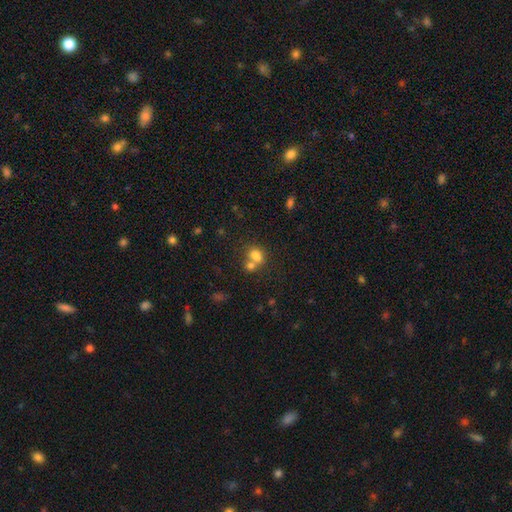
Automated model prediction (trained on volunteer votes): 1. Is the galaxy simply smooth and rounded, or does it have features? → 74% smooth, 13% star or artifact, 13% featured or disk.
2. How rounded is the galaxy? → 54% in between, 44% round, 1% cigar-shaped.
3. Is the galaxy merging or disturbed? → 55% merger, 33% none, 8% minor disturbance, 4% major disturbance.